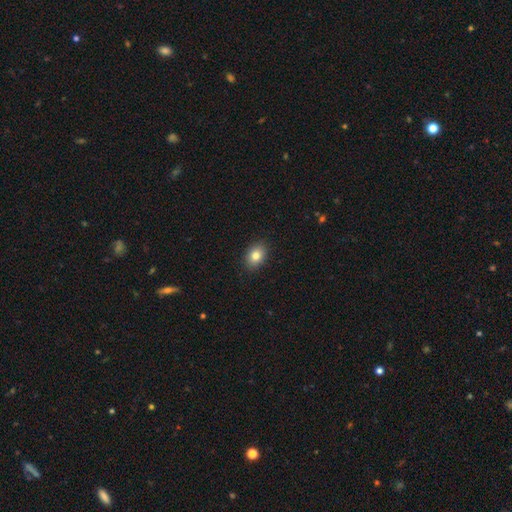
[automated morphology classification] Smooth or featured? Predicted: smooth (p=0.82). How rounded? Predicted: in between (p=0.73). Merging? Predicted: none (p=0.90).